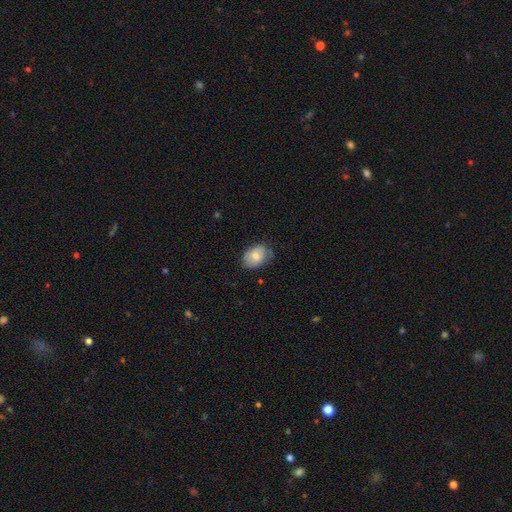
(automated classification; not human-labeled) Morphology: type=smooth (75%); roundness=in between (79%); merging=none (64%).